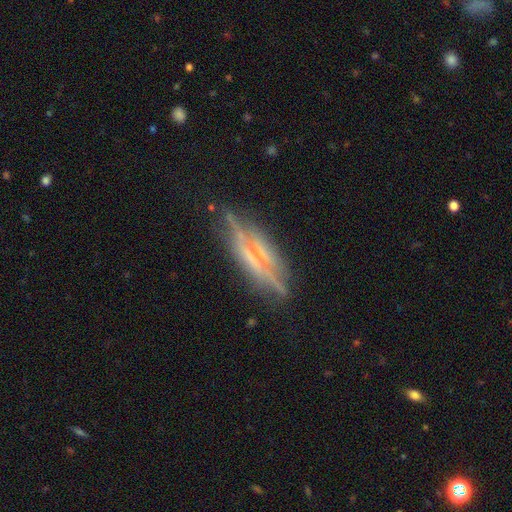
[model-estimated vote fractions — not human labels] featured or disk 72%, smooth 17%, star or artifact 10%. Down the decision tree: edge-on disk — yes (79%); edge-on bulge — none (38%); merging — none (65%).